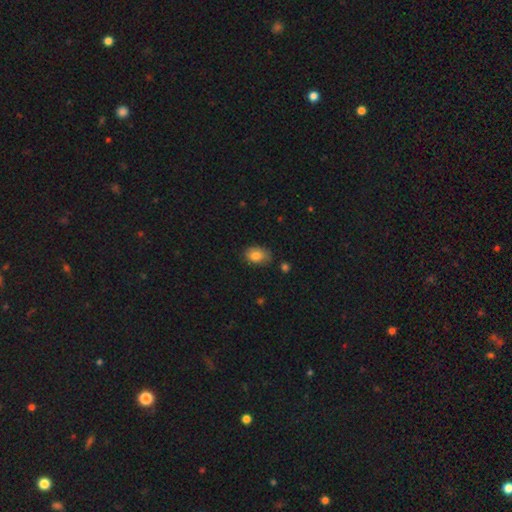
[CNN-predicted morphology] Overall: smooth (82%). How rounded: in between (81%). Merging: none (74%).